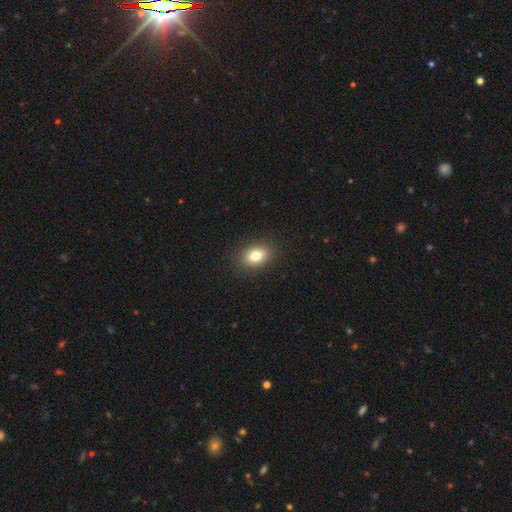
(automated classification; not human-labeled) This appears to be a smooth galaxy with no disk features (81%) that is in between round and cigar-shaped (74%). Merging: none (89%).